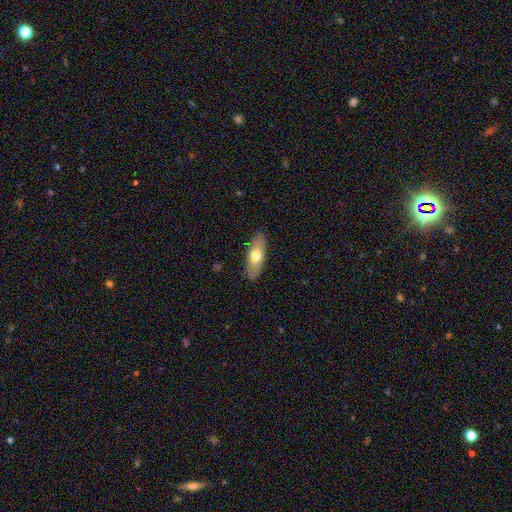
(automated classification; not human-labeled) A smooth galaxy with no disk features (65%) that is in between round and cigar-shaped (70%).

Vote fractions:
- Smooth or featured? smooth: 65% / featured or disk: 30% / star or artifact: 6%
- How rounded? in between: 70% / cigar-shaped: 27% / round: 3%
- Merging? none: 87% / minor disturbance: 10% / major disturbance: 2% / merger: 1%